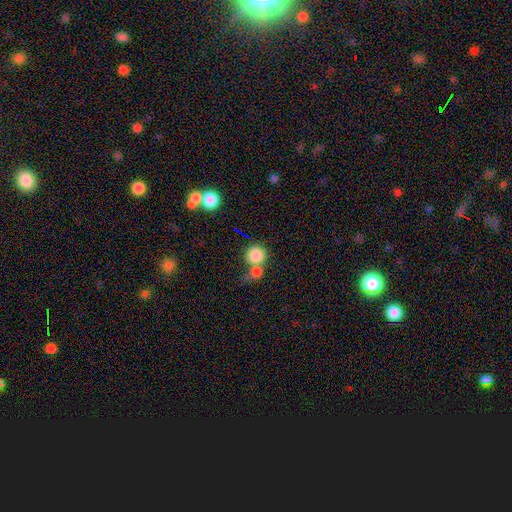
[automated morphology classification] This appears to be a smooth galaxy with no disk features (82%) that is round (91%). Merging: none (47%).